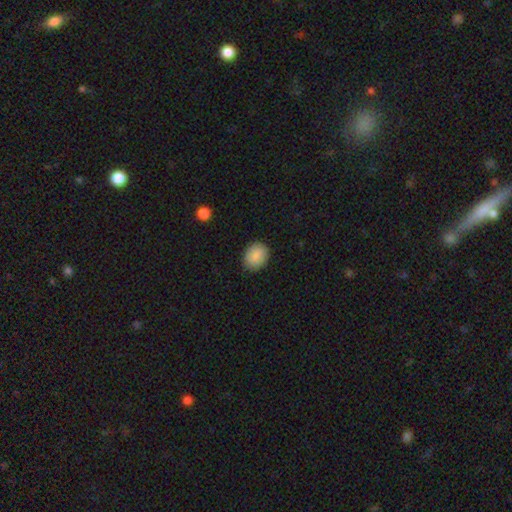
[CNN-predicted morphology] Overall: smooth (87%). How rounded: in between (53%; round 46%). Merging: none (87%).